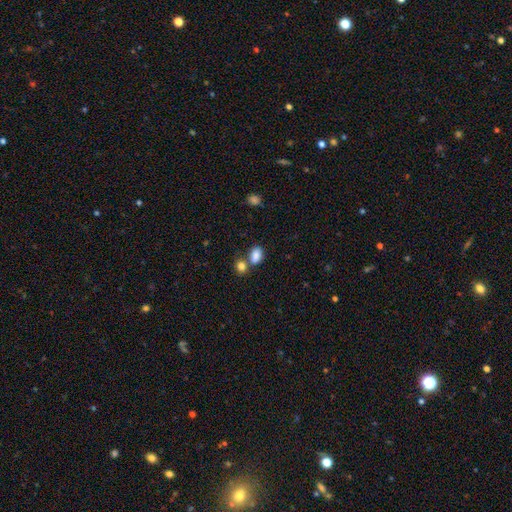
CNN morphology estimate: Overall: smooth (86%). How rounded: in between (80%). Merging: none (53%; merger 32%).